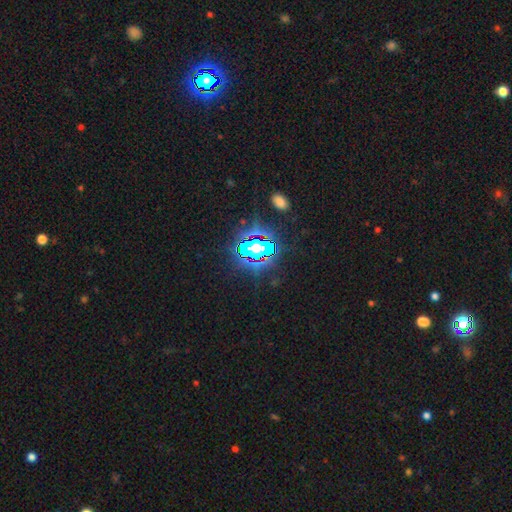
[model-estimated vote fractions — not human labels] A star or artifact, not a galaxy (79%).